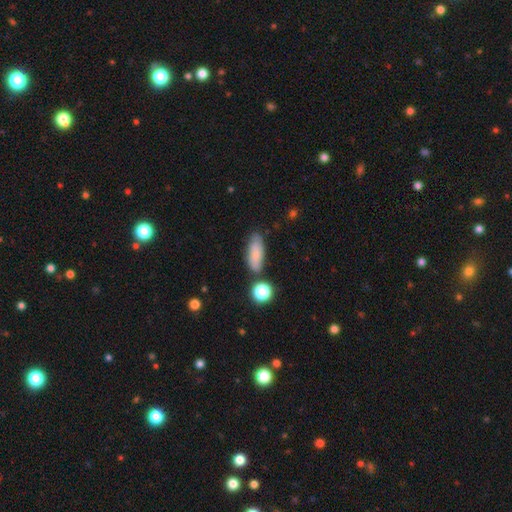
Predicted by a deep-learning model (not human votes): A smooth galaxy with no disk features (78%) that is in between round and cigar-shaped (75%). Merging: none (70%).